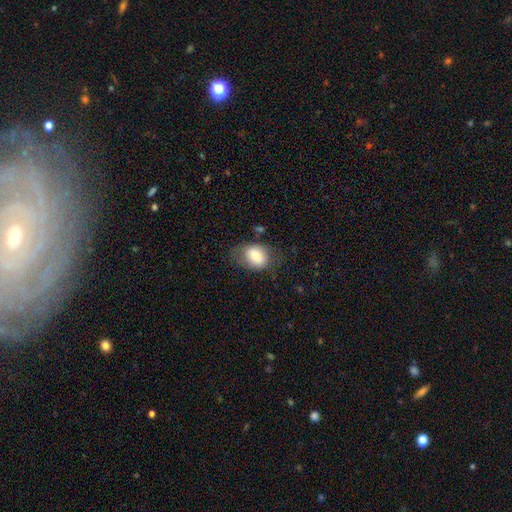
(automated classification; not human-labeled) smooth 78%, featured or disk 14%, star or artifact 8%. Down the decision tree: how rounded — in between (67%); merging — none (62%).